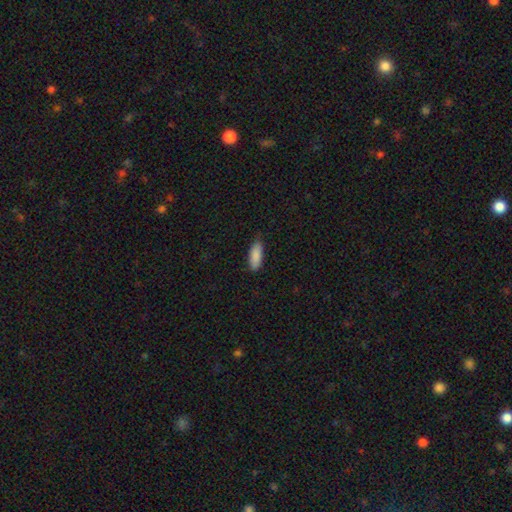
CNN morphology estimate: The model was most divided on "how rounded": in between: 66%, cigar-shaped: 32%, round: 2%. More confident: smooth or featured — smooth (89%); merging — none (80%).